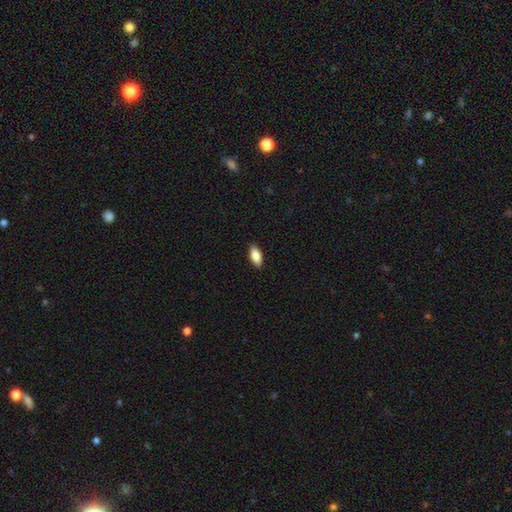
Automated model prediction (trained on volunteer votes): Q: Smooth or featured?
A: smooth (86%); runner-up: featured or disk (8%)
Q: How rounded?
A: in between (85%); runner-up: cigar-shaped (13%)
Q: Merging?
A: none (89%); runner-up: minor disturbance (8%)